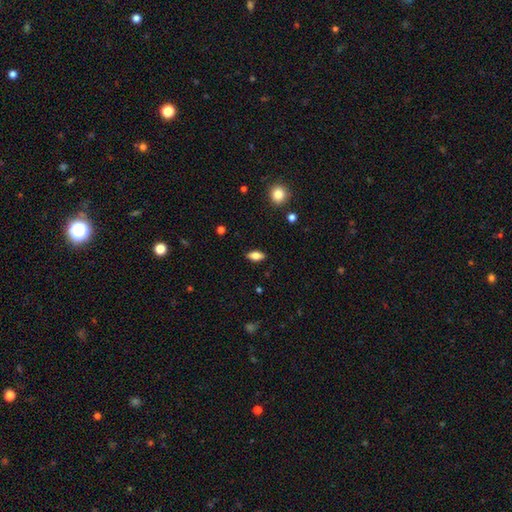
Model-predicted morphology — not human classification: Smooth or featured?
  - smooth: 74% *
  - featured or disk: 17%
  - star or artifact: 8%
How rounded?
  - in between: 85% *
  - cigar-shaped: 11%
  - round: 4%
Merging?
  - none: 88% *
  - minor disturbance: 9%
  - major disturbance: 2%
  - merger: 1%